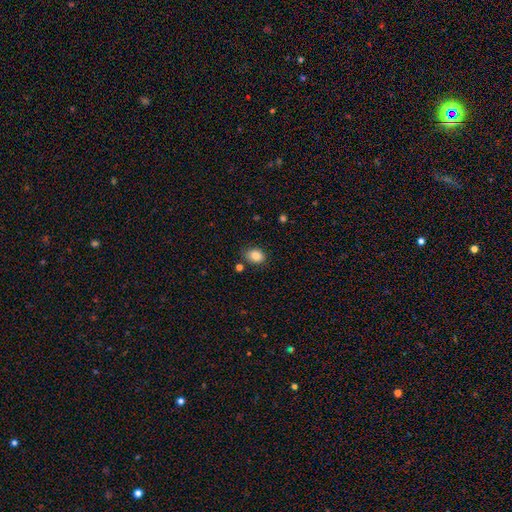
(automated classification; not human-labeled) The model was most divided on "how rounded": in between: 67%, round: 33%, cigar-shaped: 1%. More confident: smooth or featured — smooth (86%); merging — none (80%).